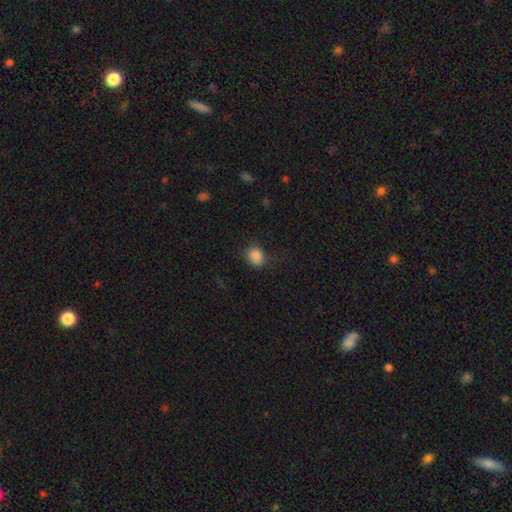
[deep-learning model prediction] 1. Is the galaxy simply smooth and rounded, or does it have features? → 85% smooth, 11% star or artifact, 5% featured or disk.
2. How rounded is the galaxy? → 56% round, 43% in between, 1% cigar-shaped.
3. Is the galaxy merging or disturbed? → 71% none, 21% minor disturbance, 7% major disturbance, 1% merger.